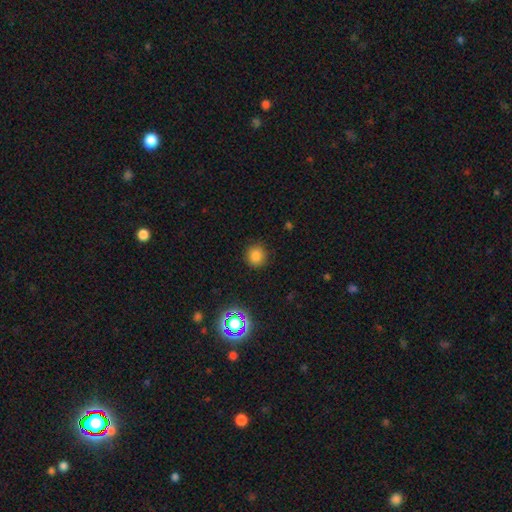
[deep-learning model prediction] Q: Smooth or featured?
A: smooth (80%); runner-up: star or artifact (15%)
Q: How rounded?
A: round (91%); runner-up: in between (8%)
Q: Merging?
A: none (89%); runner-up: minor disturbance (7%)